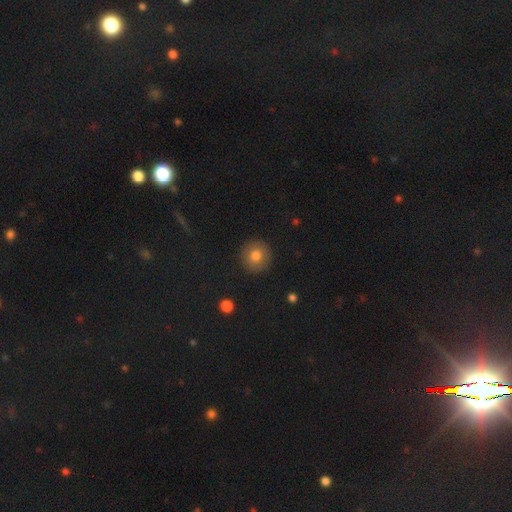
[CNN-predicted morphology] This is likely a smooth galaxy (78%). How rounded: clearly round (93%). Merging: clearly none (90%).